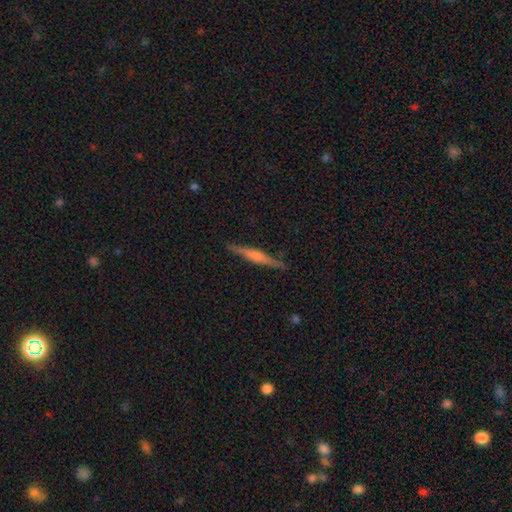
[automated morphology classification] Smooth or featured: featured or disk — 72% (smooth — 21%)
Edge-on disk: yes — 97% (no — 3%)
Edge-on bulge: rounded — 71% (none — 16%)
Merging: none — 90% (minor disturbance — 7%)